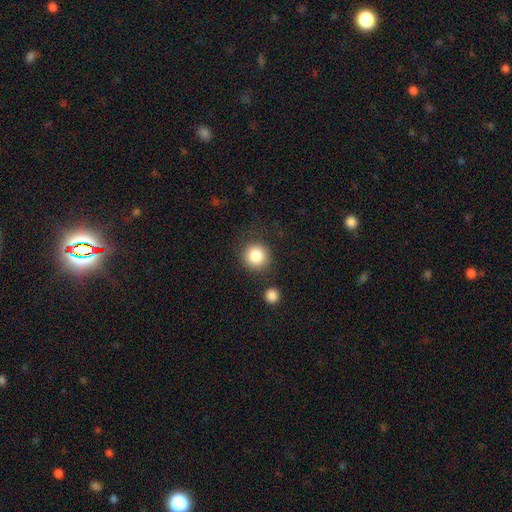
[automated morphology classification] A smooth galaxy with no disk features (85%) that is round (93%).

Vote fractions:
- Smooth or featured? smooth: 85% / star or artifact: 9% / featured or disk: 6%
- How rounded? round: 93% / in between: 6% / cigar-shaped: 1%
- Merging? none: 83% / minor disturbance: 9% / merger: 4% / major disturbance: 4%